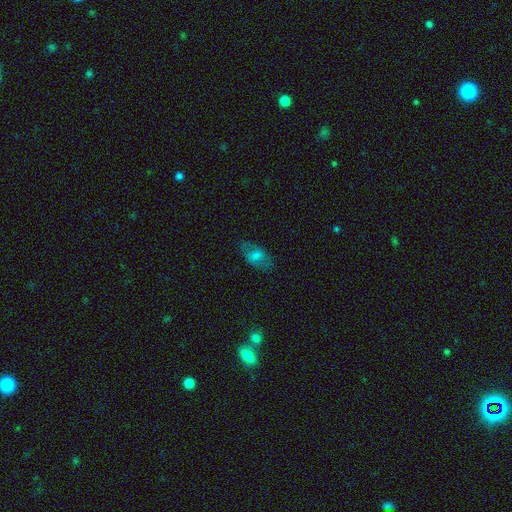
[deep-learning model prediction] Smooth or featured? smooth (58%)
How rounded? in between (87%)
Merging? none (73%)